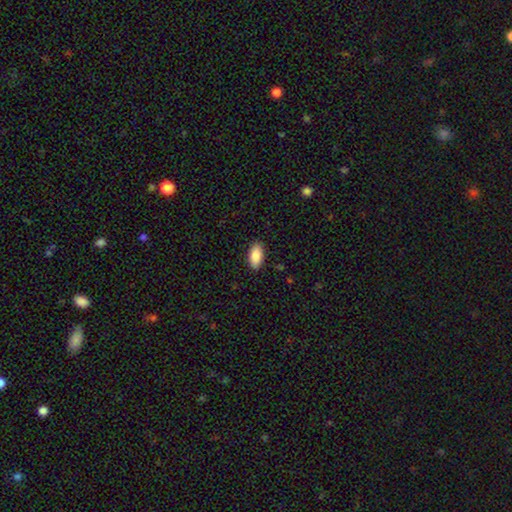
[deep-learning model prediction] A smooth galaxy with no disk features (87%) that is in between round and cigar-shaped (91%).

Vote fractions:
- Smooth or featured? smooth: 87% / star or artifact: 6% / featured or disk: 6%
- How rounded? in between: 91% / cigar-shaped: 7% / round: 2%
- Merging? none: 89% / minor disturbance: 8% / major disturbance: 2% / merger: 1%